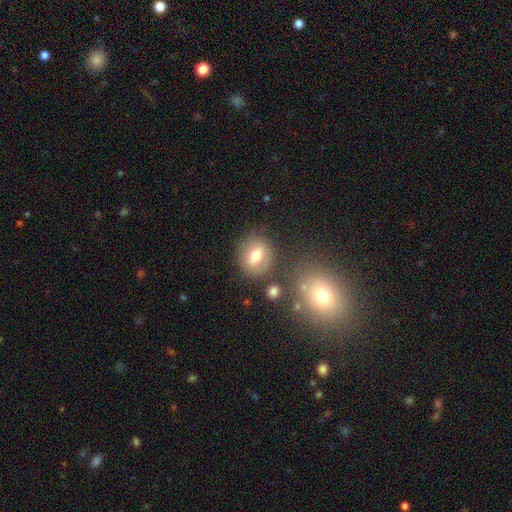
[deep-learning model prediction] Smooth or featured? Predicted: smooth (p=0.65). How rounded? Predicted: round (p=0.52). Merging? Predicted: none (p=0.75).